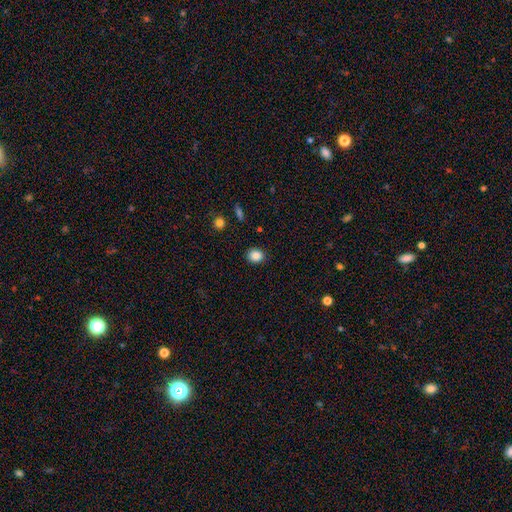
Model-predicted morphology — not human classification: A smooth galaxy with no disk features (87%) that is round (68%).

Vote fractions:
- Smooth or featured? smooth: 87% / star or artifact: 10% / featured or disk: 4%
- How rounded? round: 68% / in between: 31% / cigar-shaped: 1%
- Merging? none: 89% / minor disturbance: 8% / major disturbance: 2% / merger: 1%